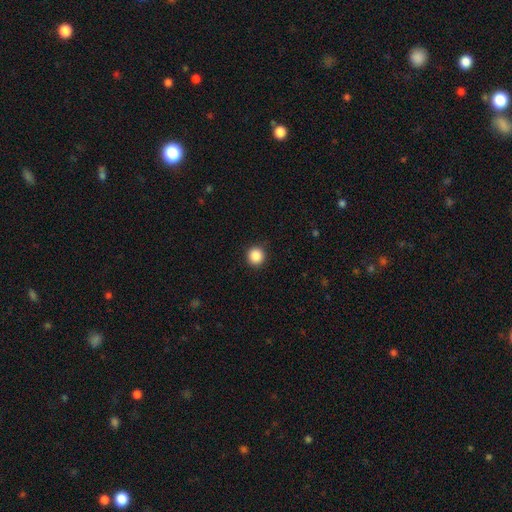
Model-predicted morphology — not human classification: This is clearly a smooth galaxy (88%). How rounded: clearly round (95%). Merging: clearly none (91%).